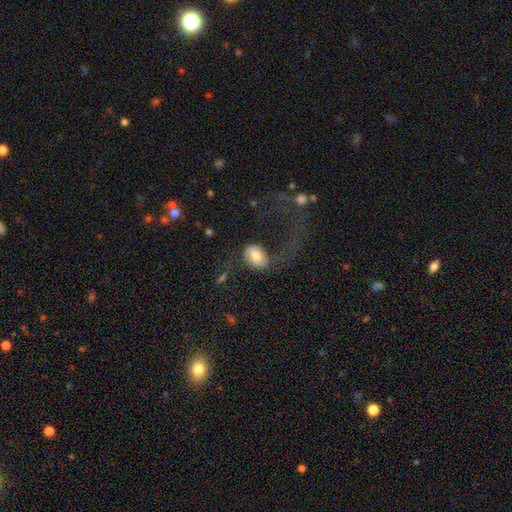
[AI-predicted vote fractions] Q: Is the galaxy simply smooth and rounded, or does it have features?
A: smooth — 67%.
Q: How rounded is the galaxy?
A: in between — 74%.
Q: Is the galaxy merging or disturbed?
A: none — 41%.